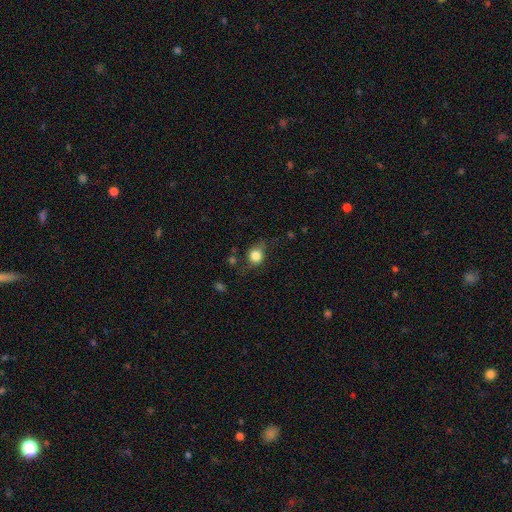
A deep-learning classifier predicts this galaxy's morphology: The model was most divided on "merging": none: 65%, minor disturbance: 24%, major disturbance: 9%, merger: 3%. More confident: smooth or featured — smooth (79%); how rounded — round (78%).